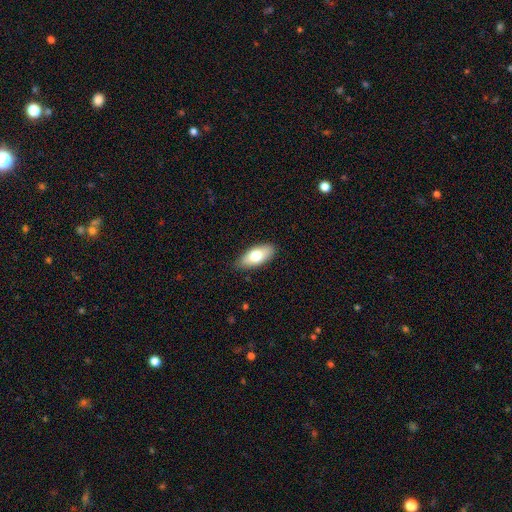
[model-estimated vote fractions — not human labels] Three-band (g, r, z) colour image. It shows a smooth galaxy with no disk features (74%) that is in between round and cigar-shaped (88%). Merging: none (86%).